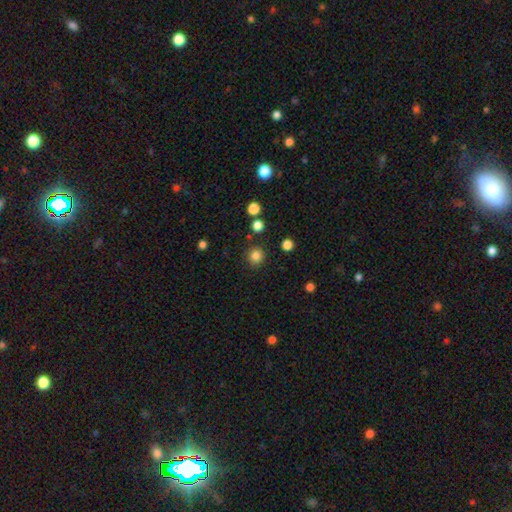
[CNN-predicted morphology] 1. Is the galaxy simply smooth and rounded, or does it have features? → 84% smooth, 12% star or artifact, 4% featured or disk.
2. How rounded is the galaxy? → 93% round, 6% in between, 1% cigar-shaped.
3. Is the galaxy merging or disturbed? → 88% none, 7% minor disturbance, 3% merger, 2% major disturbance.